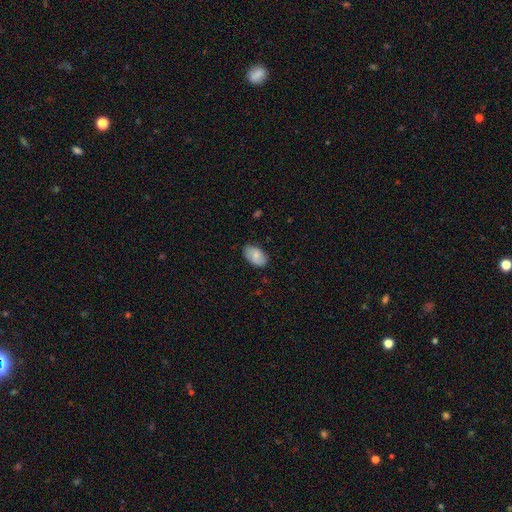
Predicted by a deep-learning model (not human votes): Smooth or featured? smooth (77%)
How rounded? in between (93%)
Merging? none (80%)